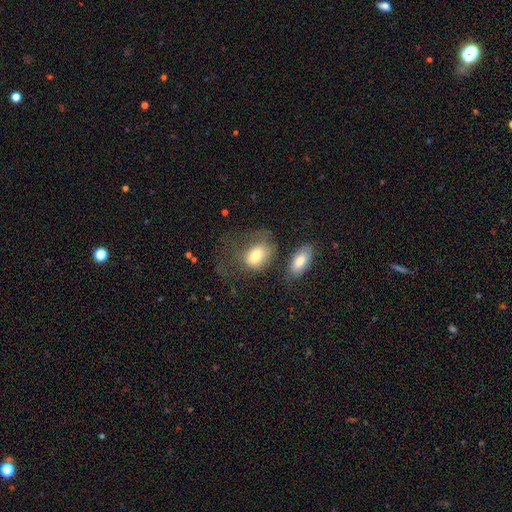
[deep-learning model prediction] Smooth or featured? smooth (71%)
How rounded? in between (76%)
Merging? major disturbance (35%)